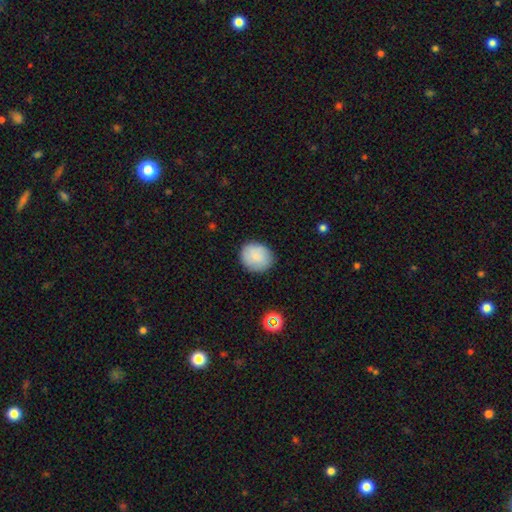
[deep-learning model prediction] smooth 83%, featured or disk 9%, star or artifact 8%. Down the decision tree: how rounded — round (77%); merging — none (86%).